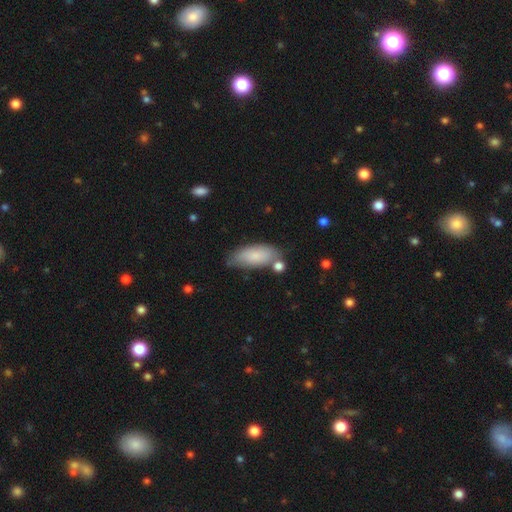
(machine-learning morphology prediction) A smooth galaxy with no disk features (82%) that is in between round and cigar-shaped (84%).

Vote fractions:
- Smooth or featured? smooth: 82% / featured or disk: 12% / star or artifact: 6%
- How rounded? in between: 84% / cigar-shaped: 14% / round: 2%
- Merging? none: 66% / minor disturbance: 20% / merger: 9% / major disturbance: 5%